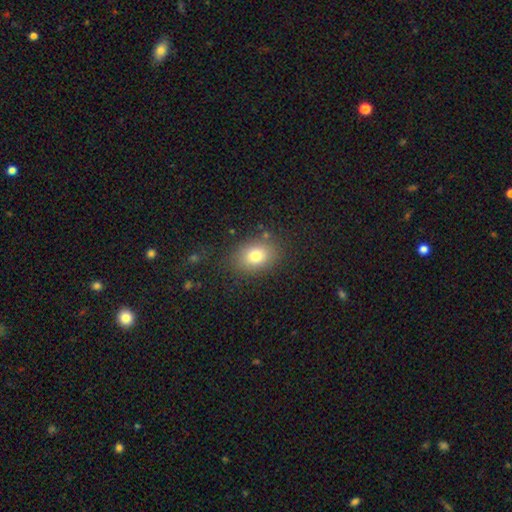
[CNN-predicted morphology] Smooth or featured? Predicted: smooth (p=0.78). How rounded? Predicted: in between (p=0.62). Merging? Predicted: none (p=0.81).